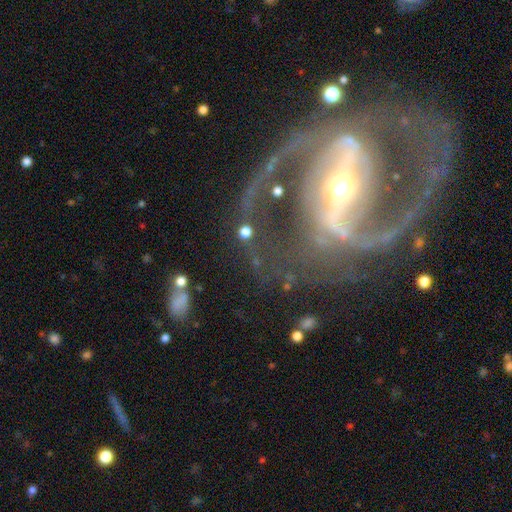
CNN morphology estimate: Smooth or featured: featured or disk — 92% (star or artifact — 6%)
Edge-on disk: no — 97% (yes — 3%)
Bar: strong — 76% (weak — 17%)
Spiral arms: yes — 97% (no — 3%)
Spiral winding: medium — 58% (loose — 23%)
Spiral arm count: 2 — 91% (can't tell — 2%)
Bulge size: moderate — 48% (small — 45%)
Merging: none — 72% (minor disturbance — 14%)